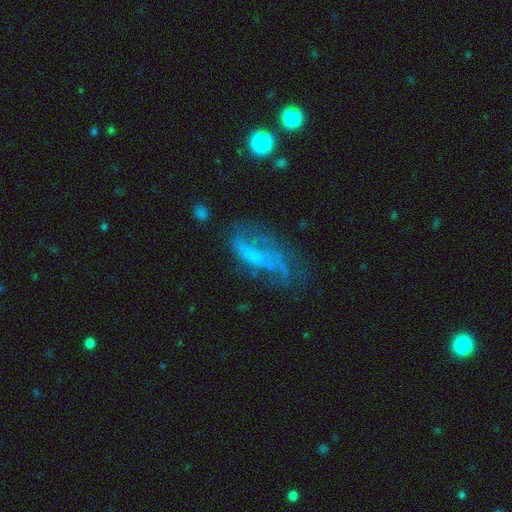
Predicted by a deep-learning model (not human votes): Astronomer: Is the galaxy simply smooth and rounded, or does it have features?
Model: featured or disk — 63%.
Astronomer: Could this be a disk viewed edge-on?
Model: no — 92%.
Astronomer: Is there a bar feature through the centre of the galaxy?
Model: no — 60%.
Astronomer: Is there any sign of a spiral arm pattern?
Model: yes — 65%.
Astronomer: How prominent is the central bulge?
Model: none — 54%.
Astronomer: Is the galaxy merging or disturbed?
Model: none — 43% (runner-up: major disturbance, 29%).